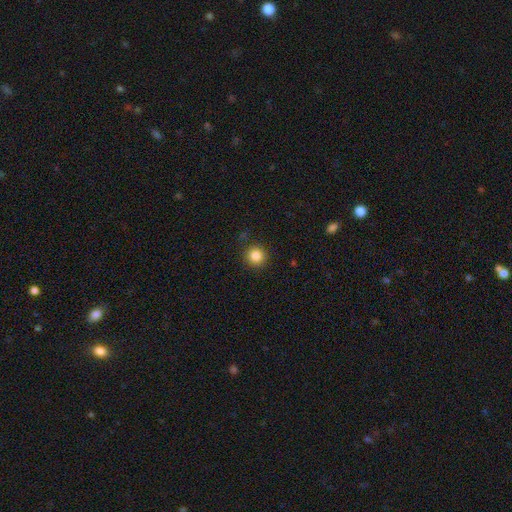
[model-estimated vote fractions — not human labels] A smooth galaxy with no disk features (85%) that is round (94%).

Vote fractions:
- Smooth or featured? smooth: 85% / star or artifact: 11% / featured or disk: 5%
- How rounded? round: 94% / in between: 5% / cigar-shaped: 1%
- Merging? none: 88% / minor disturbance: 8% / major disturbance: 2% / merger: 1%